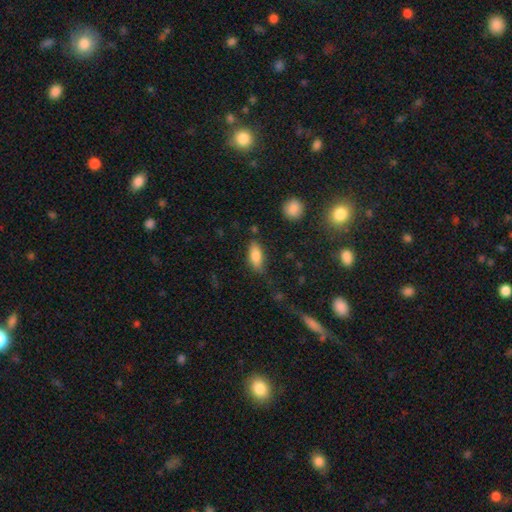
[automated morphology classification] smooth-or-featured: smooth: 79% | featured or disk: 14% | star or artifact: 7%
  how-rounded: in between: 75% | cigar-shaped: 22% | round: 3%
  merging: none: 74% | minor disturbance: 18% | major disturbance: 5% | merger: 3%